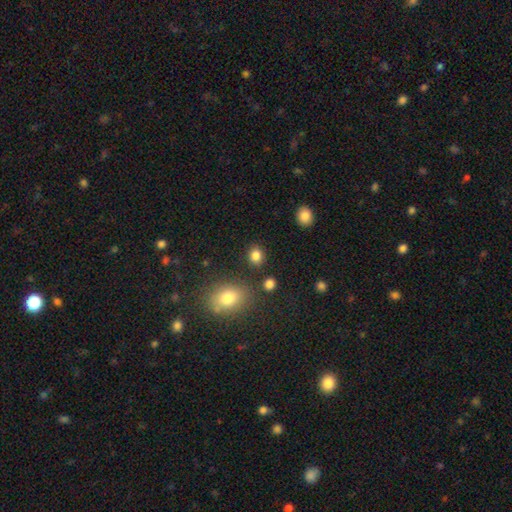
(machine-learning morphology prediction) Smooth or featured? smooth (84%)
How rounded? round (62%)
Merging? none (84%)